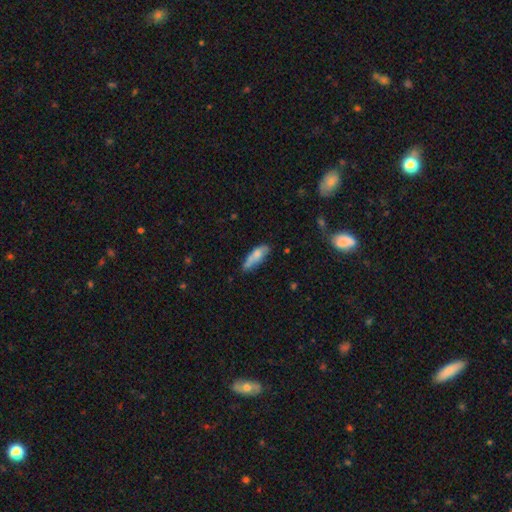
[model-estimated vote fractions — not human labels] Smooth or featured? smooth (67%)
How rounded? in between (54%)
Merging? none (50%)